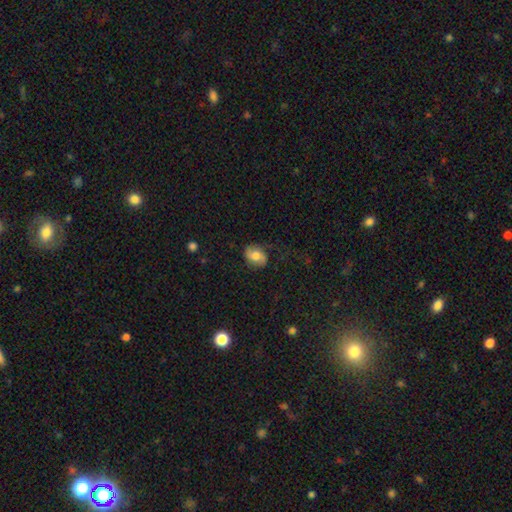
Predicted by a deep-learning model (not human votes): Smooth or featured: smooth — 65% (featured or disk — 26%)
How rounded: in between — 74% (round — 25%)
Merging: none — 70% (minor disturbance — 20%)